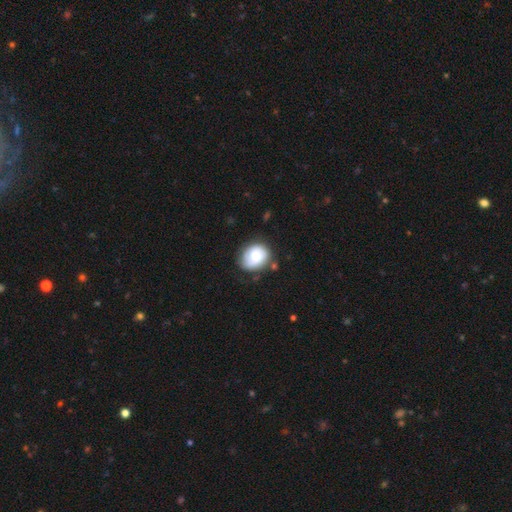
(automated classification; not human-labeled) smooth 66%, featured or disk 26%, star or artifact 8%. Down the decision tree: how rounded — round (55%); merging — none (64%).